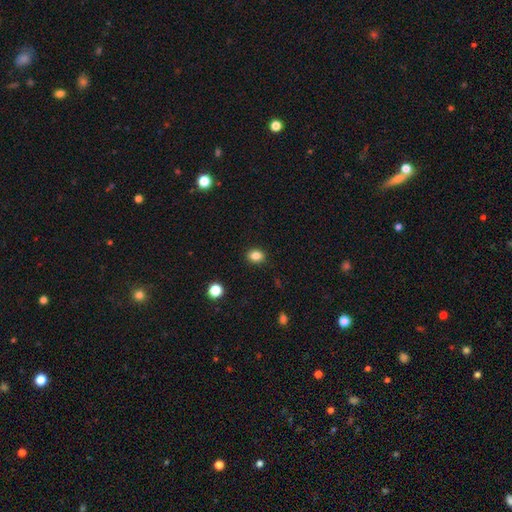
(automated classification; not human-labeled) smooth 84%, star or artifact 11%, featured or disk 5%. Down the decision tree: how rounded — round (52%); merging — none (90%).